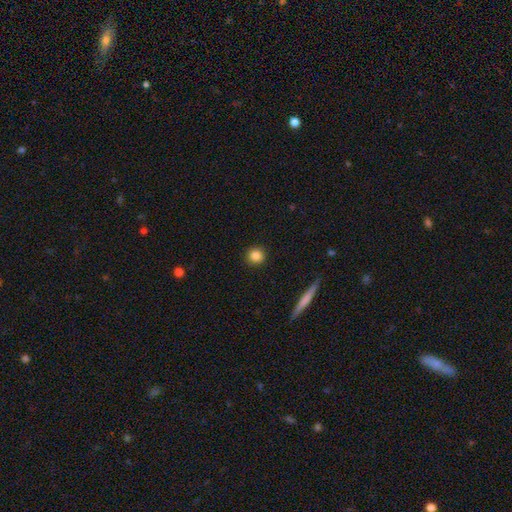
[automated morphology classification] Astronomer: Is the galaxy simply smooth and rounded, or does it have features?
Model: smooth — 85%.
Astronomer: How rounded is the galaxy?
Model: round — 92%.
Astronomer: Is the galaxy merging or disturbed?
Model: none — 91%.